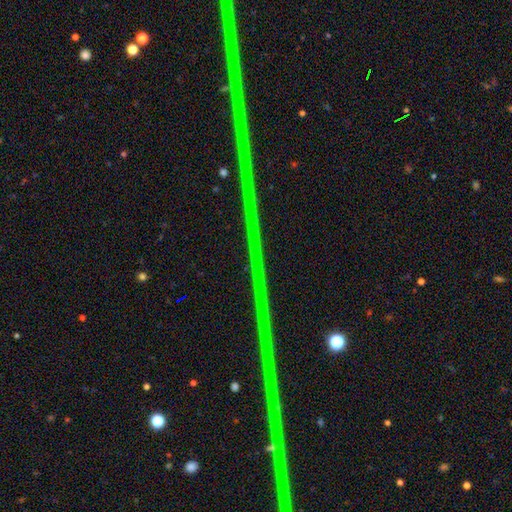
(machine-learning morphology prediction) This appears to be a star or artifact, not a galaxy (89%).